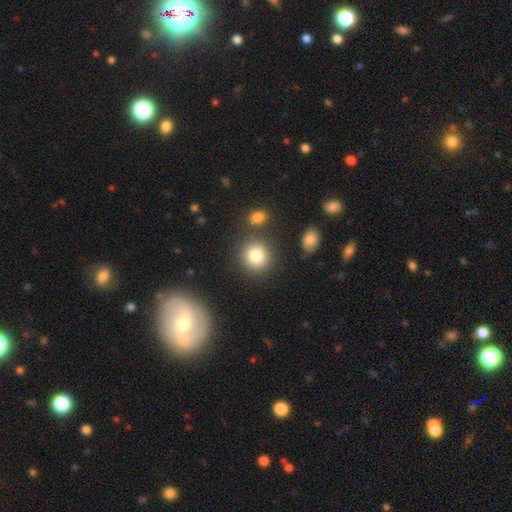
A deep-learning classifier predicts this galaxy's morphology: This appears to be a smooth galaxy with no disk features (82%) that is round (86%). Merging: none (79%).